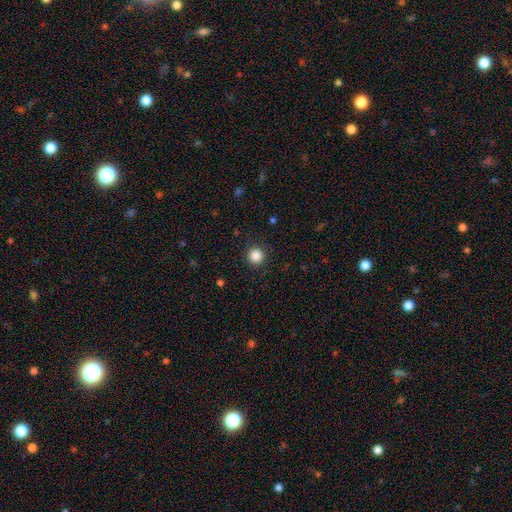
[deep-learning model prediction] Smooth or featured?
  - smooth: 86% *
  - star or artifact: 11%
  - featured or disk: 4%
How rounded?
  - round: 95% *
  - in between: 4%
  - cigar-shaped: 1%
Merging?
  - none: 91% *
  - minor disturbance: 6%
  - major disturbance: 2%
  - merger: 1%